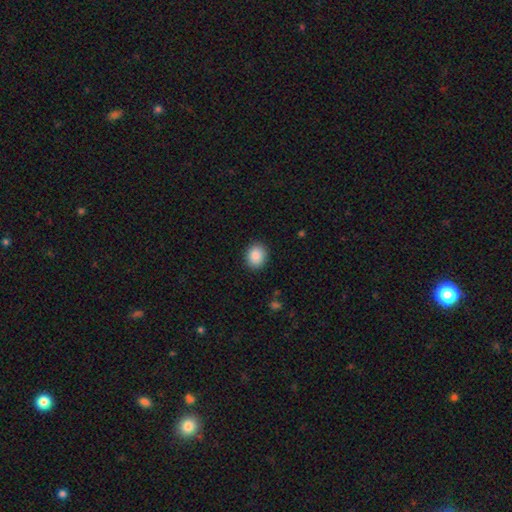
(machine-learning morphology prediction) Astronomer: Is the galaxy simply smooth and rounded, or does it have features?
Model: smooth — 88%.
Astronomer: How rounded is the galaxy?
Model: round — 60% (runner-up: in between, 39%).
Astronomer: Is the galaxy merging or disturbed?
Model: none — 90%.